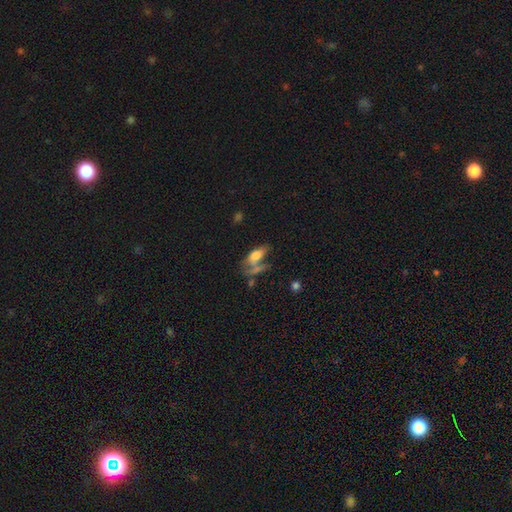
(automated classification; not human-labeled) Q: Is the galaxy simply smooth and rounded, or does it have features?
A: smooth — 59%.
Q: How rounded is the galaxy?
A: in between — 70%.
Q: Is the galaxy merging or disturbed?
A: none — 37%.